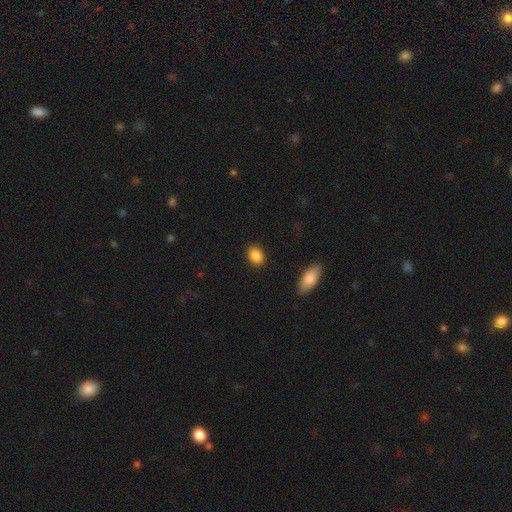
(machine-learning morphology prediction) type=smooth (87%); roundness=in between (62%); merging=none (90%).